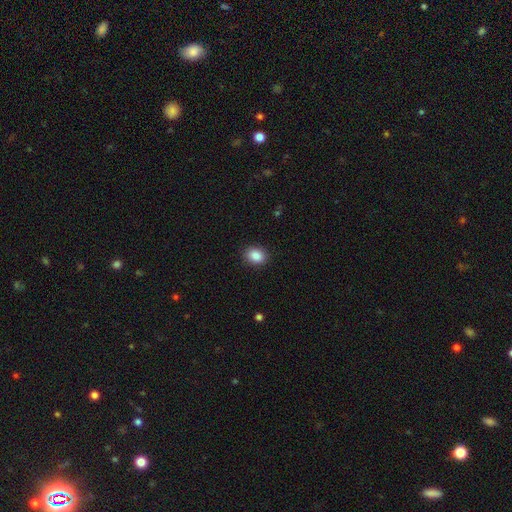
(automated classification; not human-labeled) Morphology: type=smooth (88%); roundness=in between (60%); merging=none (89%).